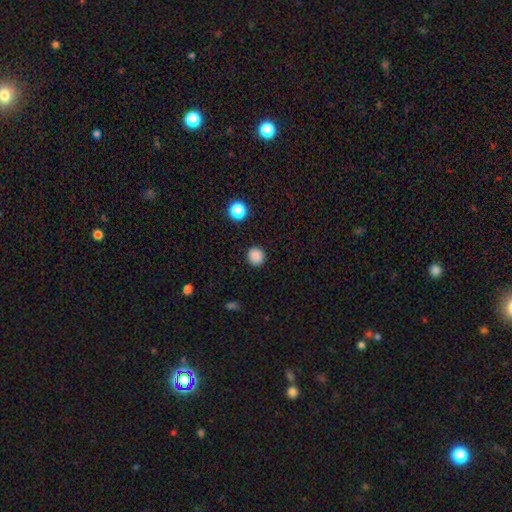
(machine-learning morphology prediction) Smooth or featured? Predicted: smooth (p=0.87). How rounded? Predicted: round (p=0.93). Merging? Predicted: none (p=0.91).